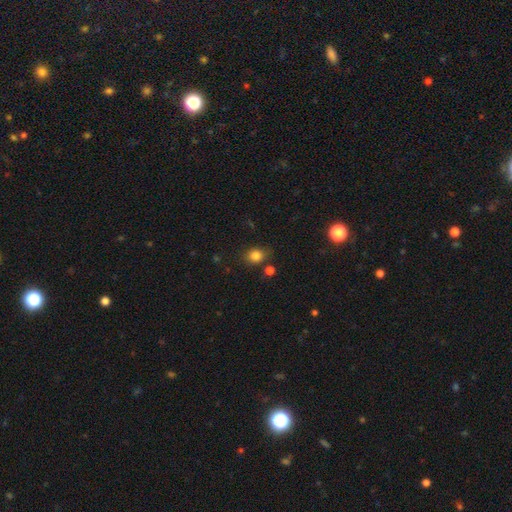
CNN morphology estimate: smooth-or-featured: smooth: 82% | star or artifact: 12% | featured or disk: 5%
  how-rounded: round: 67% | in between: 32% | cigar-shaped: 1%
  merging: none: 79% | minor disturbance: 12% | merger: 5% | major disturbance: 4%